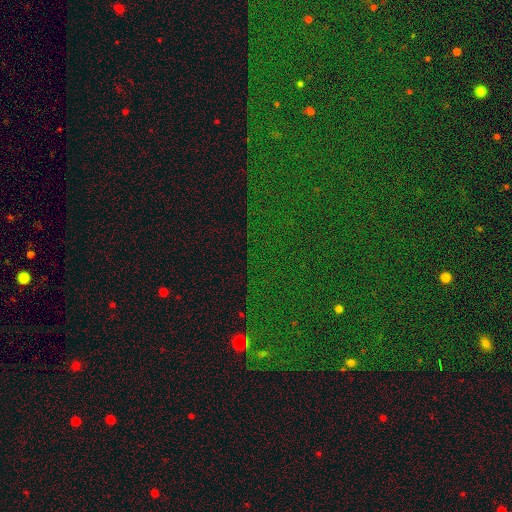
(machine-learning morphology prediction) A star or artifact, not a galaxy (84%).

Vote fractions:
- Smooth or featured? star or artifact: 84% / smooth: 8% / featured or disk: 8%